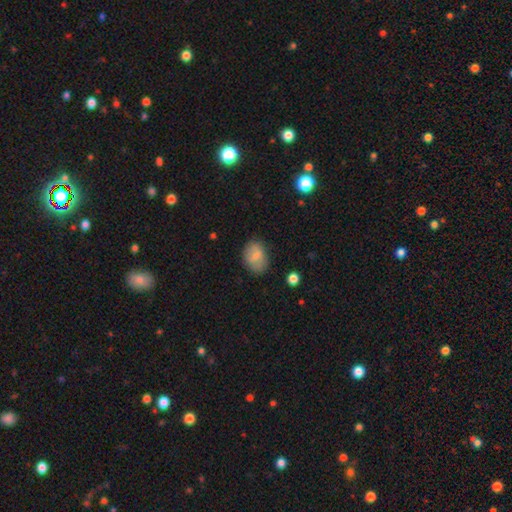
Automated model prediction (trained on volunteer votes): Smooth or featured? smooth (72%)
How rounded? in between (73%)
Merging? none (75%)